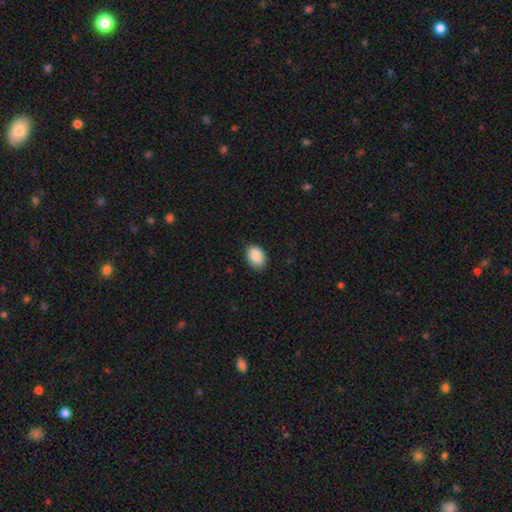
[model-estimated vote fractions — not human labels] smooth 90%, star or artifact 7%, featured or disk 3%. Down the decision tree: how rounded — in between (83%); merging — none (84%).